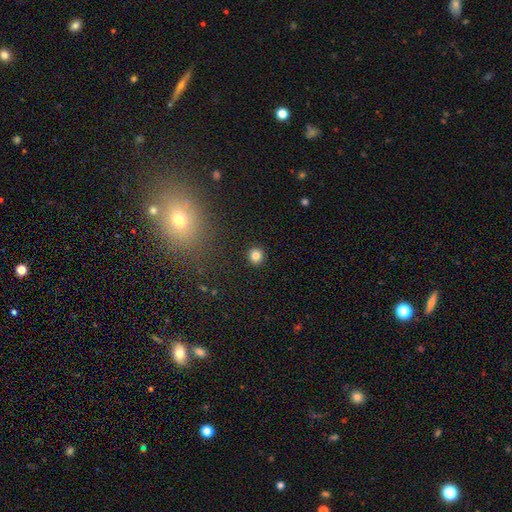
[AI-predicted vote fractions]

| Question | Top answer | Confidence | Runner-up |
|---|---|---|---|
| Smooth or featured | smooth | 83% | star or artifact (12%) |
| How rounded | round | 92% | in between (7%) |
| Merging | none | 92% | minor disturbance (5%) |